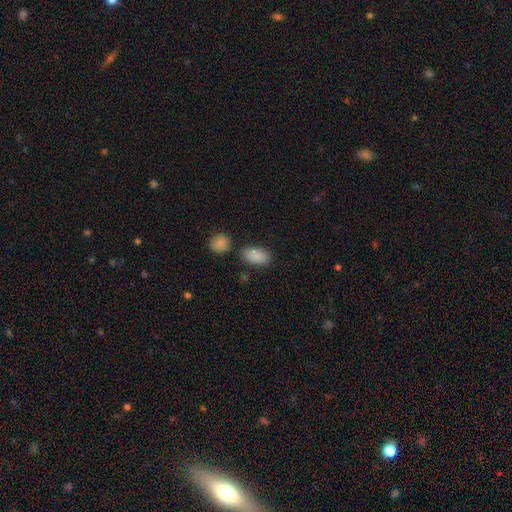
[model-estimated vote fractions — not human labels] smooth-or-featured: smooth: 88% | star or artifact: 7% | featured or disk: 5%
  how-rounded: in between: 93% | round: 5% | cigar-shaped: 3%
  merging: none: 76% | minor disturbance: 12% | merger: 8% | major disturbance: 4%